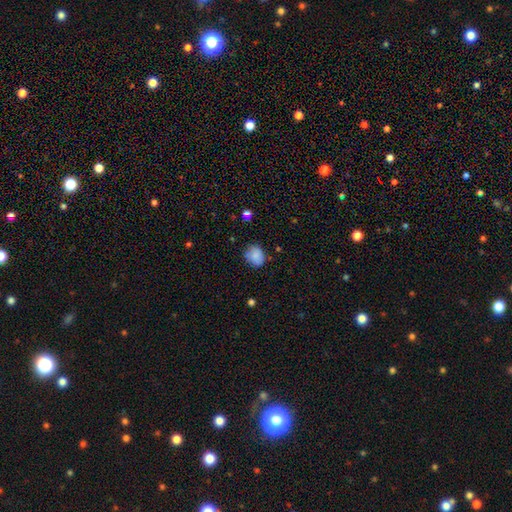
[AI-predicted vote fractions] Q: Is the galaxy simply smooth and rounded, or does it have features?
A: smooth — 82%.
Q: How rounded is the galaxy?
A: round — 55%.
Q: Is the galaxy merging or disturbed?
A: none — 69%.